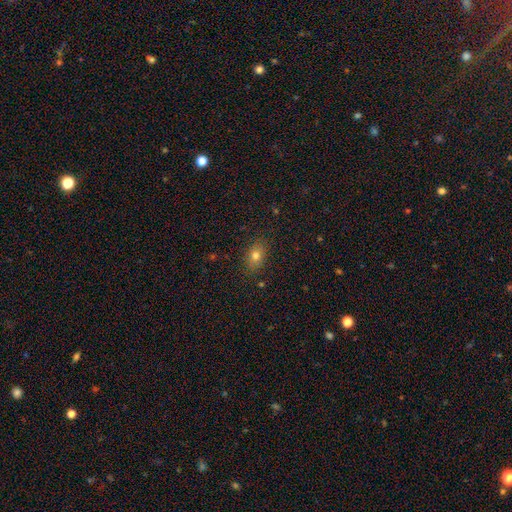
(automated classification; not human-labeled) A smooth galaxy with no disk features (76%) that is in between round and cigar-shaped (77%).

Vote fractions:
- Smooth or featured? smooth: 76% / star or artifact: 12% / featured or disk: 12%
- How rounded? in between: 77% / round: 21% / cigar-shaped: 2%
- Merging? none: 85% / minor disturbance: 11% / major disturbance: 3% / merger: 1%